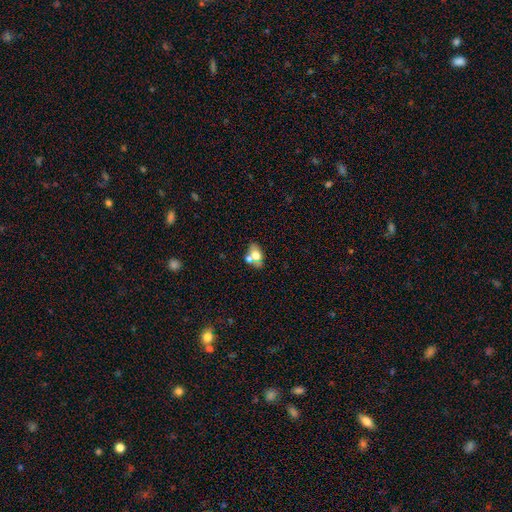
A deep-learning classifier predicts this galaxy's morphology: Smooth or featured? smooth (65%)
How rounded? in between (83%)
Merging? none (46%)